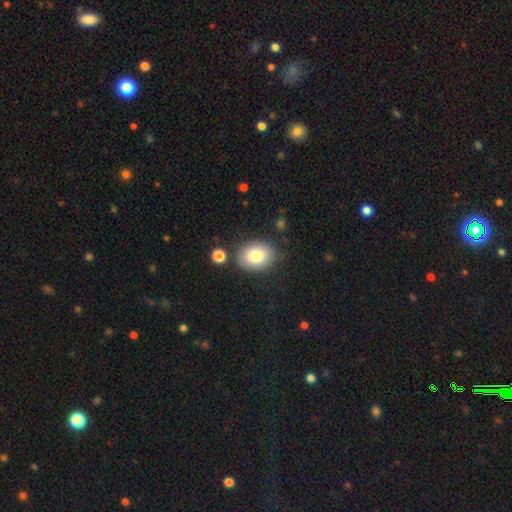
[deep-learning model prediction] A smooth galaxy with no disk features (82%) that is in between round and cigar-shaped (66%).

Vote fractions:
- Smooth or featured? smooth: 82% / featured or disk: 10% / star or artifact: 8%
- How rounded? in between: 66% / round: 33% / cigar-shaped: 1%
- Merging? none: 80% / minor disturbance: 12% / merger: 4% / major disturbance: 3%